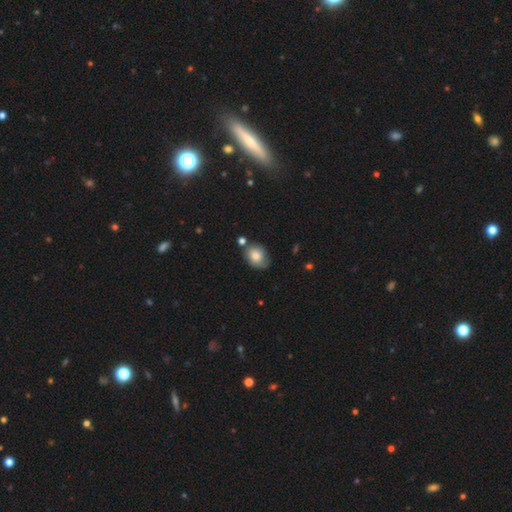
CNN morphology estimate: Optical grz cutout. It shows a smooth galaxy with no disk features (73%) that is in between round and cigar-shaped (58%). Merging: none (60%).